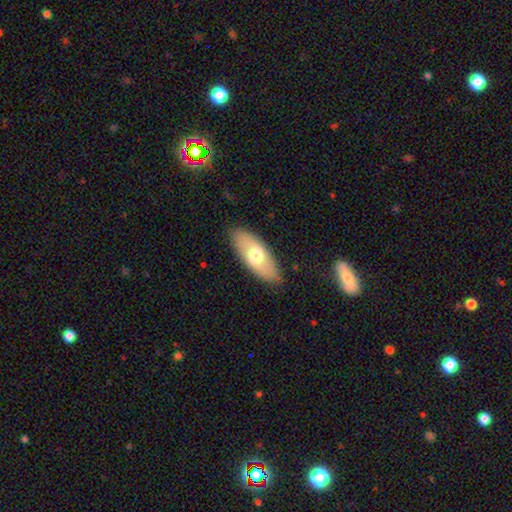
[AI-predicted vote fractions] smooth_or_featured: smooth (p=0.64) [alt: featured or disk p=0.30]
how_rounded: in between (p=0.83) [alt: cigar-shaped p=0.14]
merging: none (p=0.85) [alt: minor disturbance p=0.11]